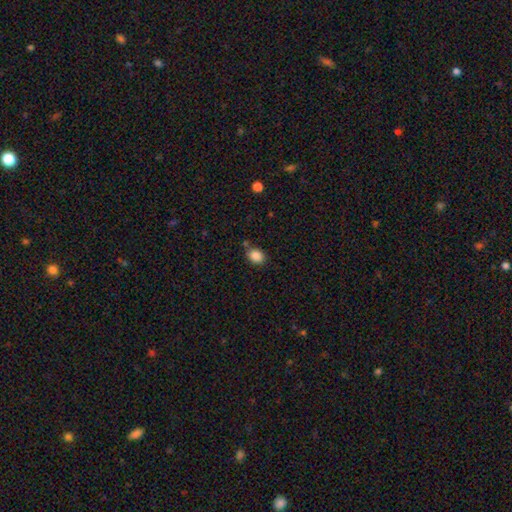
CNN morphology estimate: Smooth or featured? Predicted: smooth (p=0.86). How rounded? Predicted: in between (p=0.50). Merging? Predicted: none (p=0.76).